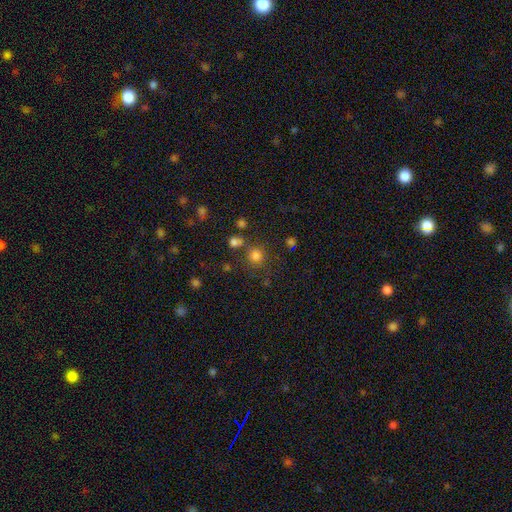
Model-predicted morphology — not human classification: Smooth or featured?
  - smooth: 77% *
  - star or artifact: 17%
  - featured or disk: 6%
How rounded?
  - round: 89% *
  - in between: 10%
  - cigar-shaped: 1%
Merging?
  - none: 74% *
  - merger: 11%
  - minor disturbance: 10%
  - major disturbance: 5%